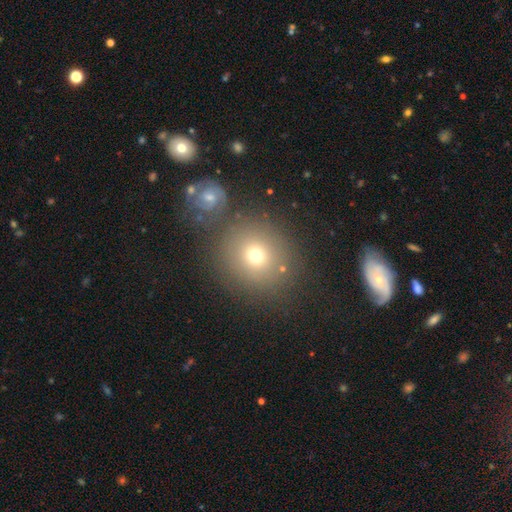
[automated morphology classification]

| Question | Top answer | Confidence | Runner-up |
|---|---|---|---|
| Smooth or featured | smooth | 71% | featured or disk (15%) |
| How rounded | round | 85% | in between (14%) |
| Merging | none | 72% | merger (13%) |